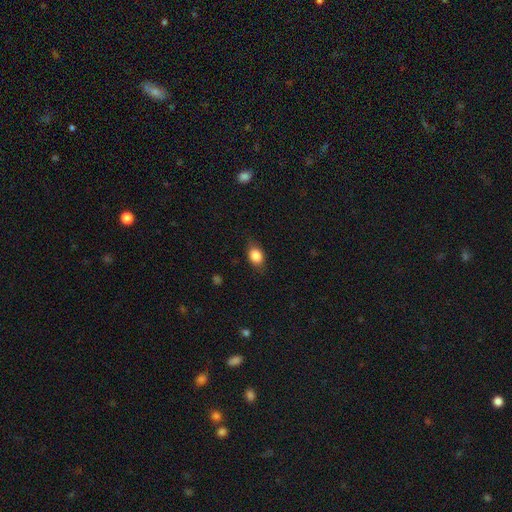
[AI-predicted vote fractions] smooth 84%, star or artifact 8%, featured or disk 8%. Down the decision tree: how rounded — in between (69%); merging — none (78%).